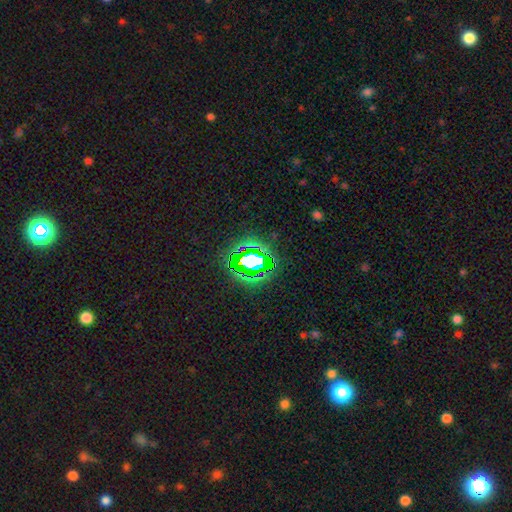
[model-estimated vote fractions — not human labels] This appears to be a star or artifact, not a galaxy (80%).